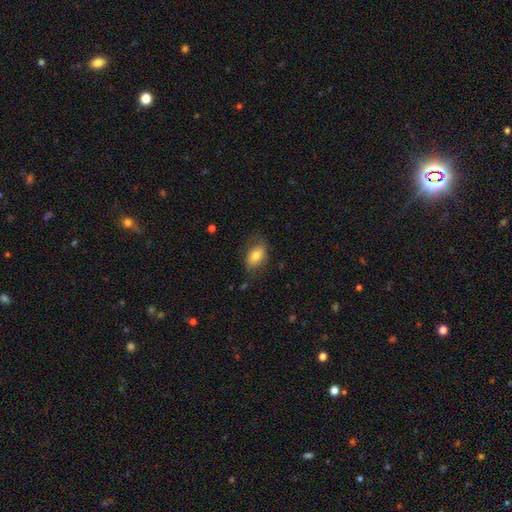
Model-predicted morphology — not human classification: smooth 75%, featured or disk 17%, star or artifact 7%. Down the decision tree: how rounded — in between (87%); merging — none (70%).